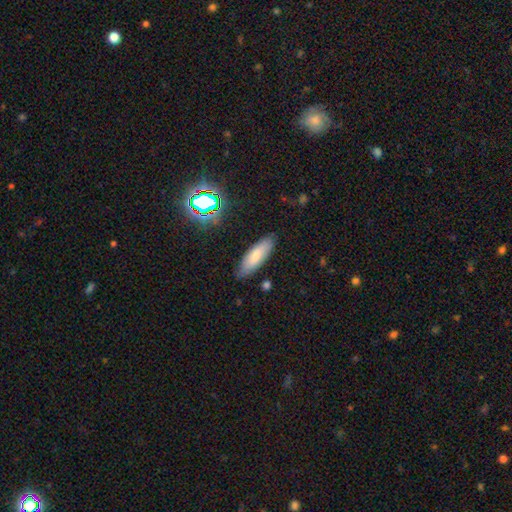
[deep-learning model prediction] Smooth or featured?
  - smooth: 75% *
  - featured or disk: 18%
  - star or artifact: 8%
How rounded?
  - in between: 57% *
  - cigar-shaped: 42%
  - round: 2%
Merging?
  - none: 83% *
  - minor disturbance: 13%
  - major disturbance: 2%
  - merger: 2%